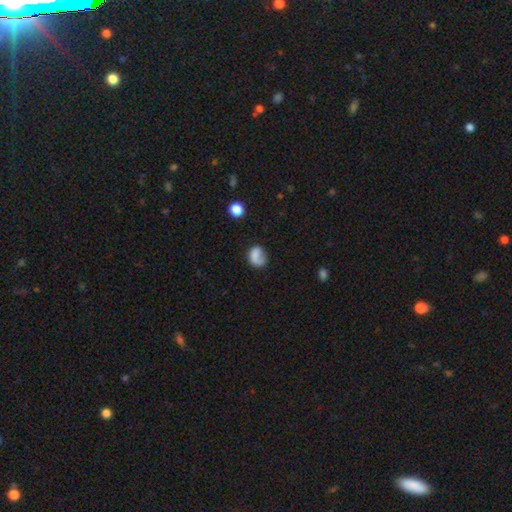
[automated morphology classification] Smooth or featured? Predicted: smooth (p=0.66). How rounded? Predicted: in between (p=0.54). Merging? Predicted: none (p=0.47).